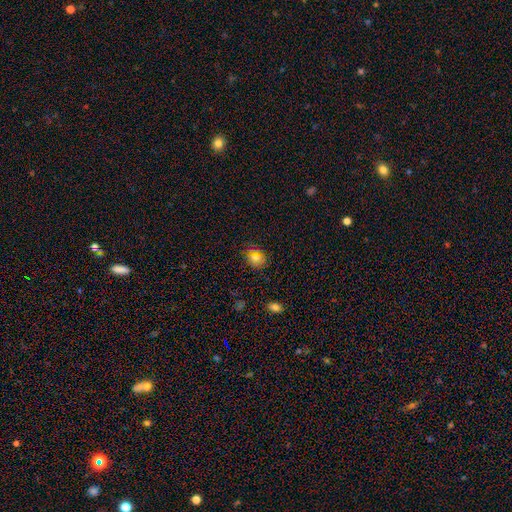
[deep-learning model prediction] Smooth or featured? smooth (70%)
How rounded? round (65%)
Merging? none (86%)